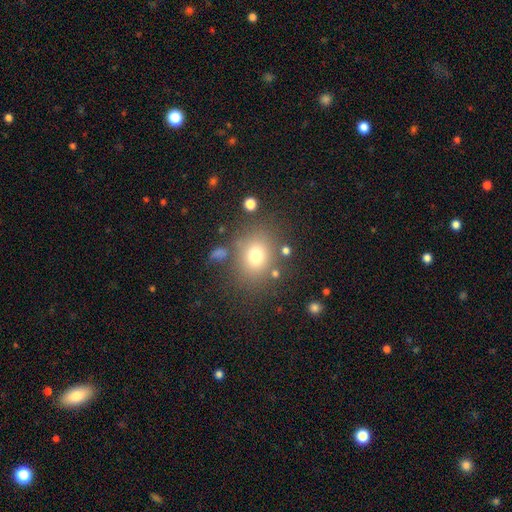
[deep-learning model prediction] Smooth or featured: smooth — 73% (star or artifact — 14%)
How rounded: round — 53% (in between — 46%)
Merging: none — 75% (minor disturbance — 13%)